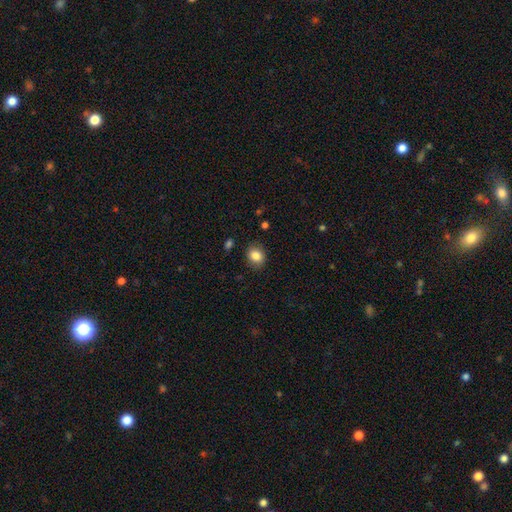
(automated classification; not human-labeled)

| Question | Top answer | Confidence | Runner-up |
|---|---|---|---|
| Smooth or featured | smooth | 85% | star or artifact (9%) |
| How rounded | round | 56% | in between (43%) |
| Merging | none | 86% | minor disturbance (10%) |